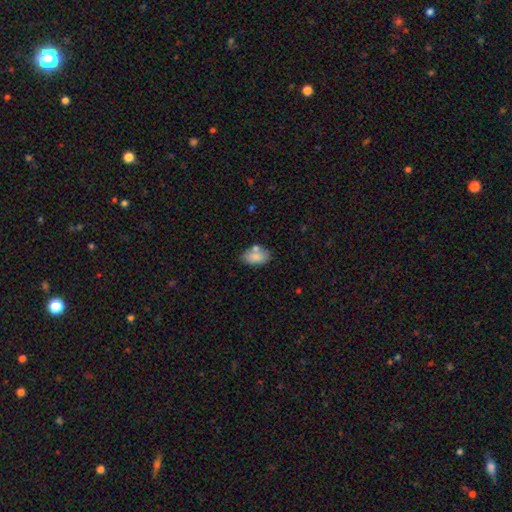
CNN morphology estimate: A smooth galaxy with no disk features (81%) that is in between round and cigar-shaped (90%).

Vote fractions:
- Smooth or featured? smooth: 81% / featured or disk: 12% / star or artifact: 7%
- How rounded? in between: 90% / round: 8% / cigar-shaped: 2%
- Merging? none: 64% / minor disturbance: 18% / merger: 14% / major disturbance: 4%